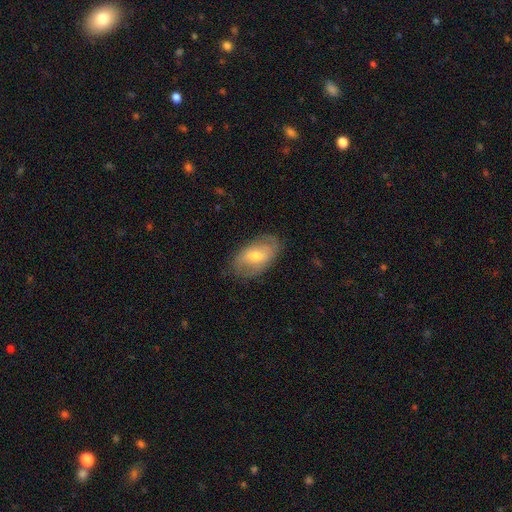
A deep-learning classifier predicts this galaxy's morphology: A smooth galaxy with no disk features (47%). Merging: none (74%).